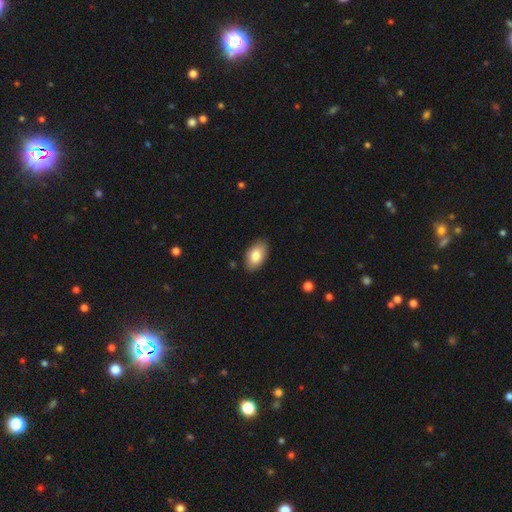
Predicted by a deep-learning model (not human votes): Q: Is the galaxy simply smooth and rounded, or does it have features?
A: smooth — 82%.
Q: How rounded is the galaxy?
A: in between — 92%.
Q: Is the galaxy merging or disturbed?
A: none — 87%.